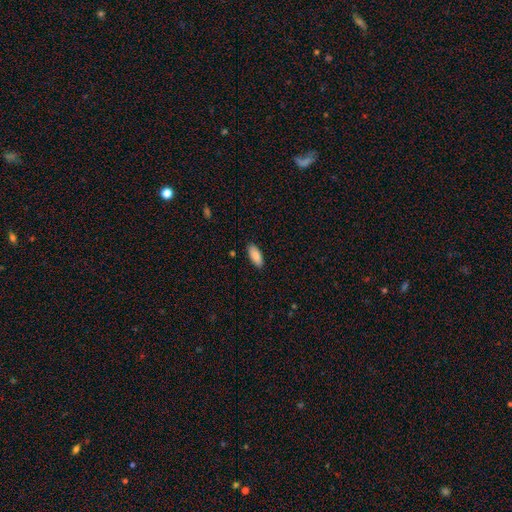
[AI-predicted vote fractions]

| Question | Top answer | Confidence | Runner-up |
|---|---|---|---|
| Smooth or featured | smooth | 87% | featured or disk (6%) |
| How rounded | in between | 84% | cigar-shaped (15%) |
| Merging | none | 88% | minor disturbance (9%) |